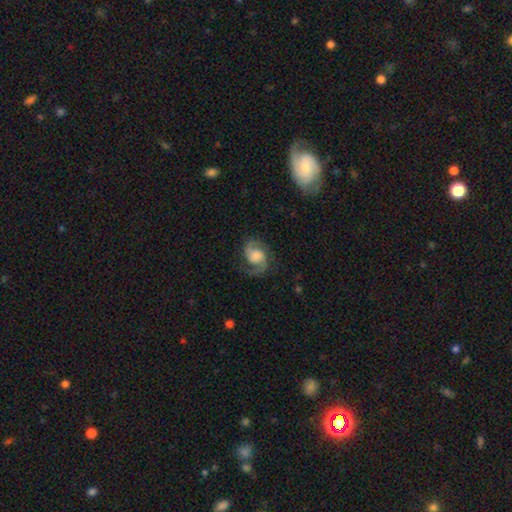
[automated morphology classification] smooth_or_featured: featured or disk (p=0.83) [alt: smooth p=0.11]
disk_edge_on: no (p=0.98) [alt: yes p=0.02]
bar: no (p=0.61) [alt: weak p=0.32]
has_spiral_arms: yes (p=0.97) [alt: no p=0.03]
spiral_winding: medium (p=0.54) [alt: loose p=0.29]
spiral_arm_count: 2 (p=0.90) [alt: 1 p=0.05]
bulge_size: moderate (p=0.33) [alt: large p=0.27]
merging: none (p=0.73) [alt: minor disturbance p=0.16]